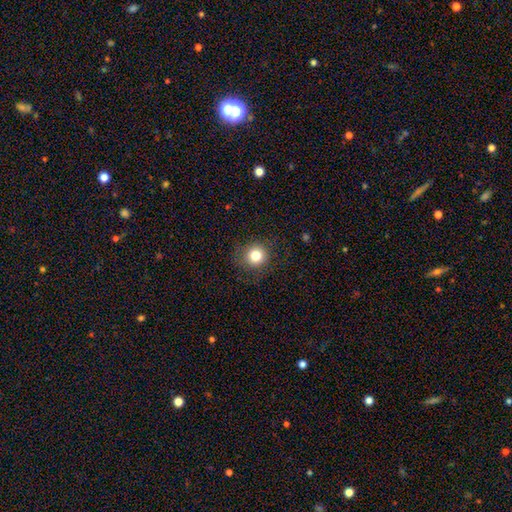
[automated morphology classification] smooth_or_featured: smooth (p=0.80) [alt: star or artifact p=0.12]
how_rounded: round (p=0.92) [alt: in between p=0.07]
merging: none (p=0.86) [alt: minor disturbance p=0.09]